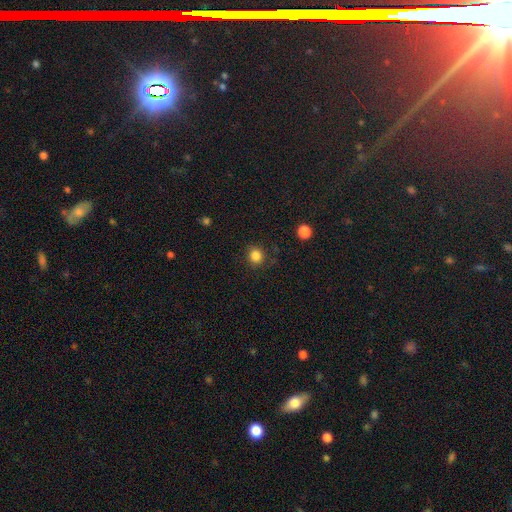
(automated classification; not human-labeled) The model was most divided on "smooth or featured": smooth: 84%, star or artifact: 12%, featured or disk: 4%. More confident: how rounded — round (89%); merging — none (86%).